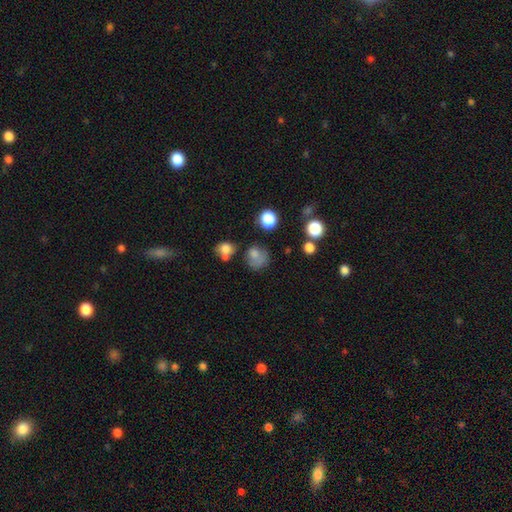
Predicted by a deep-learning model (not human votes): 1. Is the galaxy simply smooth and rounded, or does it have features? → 75% smooth, 15% star or artifact, 10% featured or disk.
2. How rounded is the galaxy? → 76% round, 23% in between, 1% cigar-shaped.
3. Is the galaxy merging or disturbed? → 50% none, 22% minor disturbance, 14% major disturbance, 14% merger.